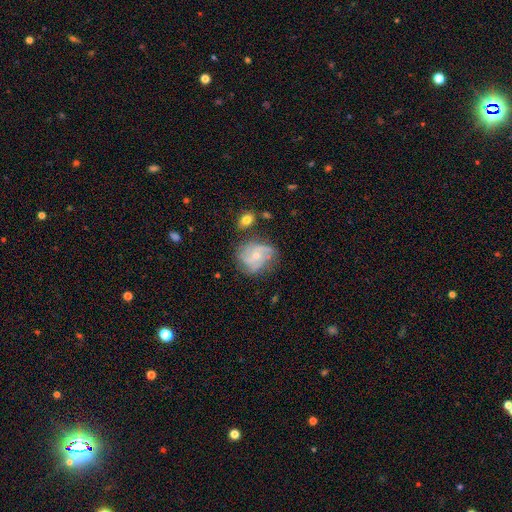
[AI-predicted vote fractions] Morphology: type=featured or disk (77%); edge-on=no (98%); bar=no (70%); spiral arms=yes (93%); winding=medium (47%); arm count=3 (43%); bulge=small (65%); merging=none (63%).